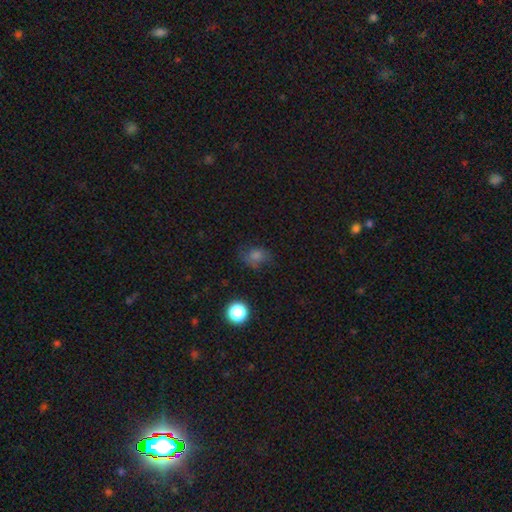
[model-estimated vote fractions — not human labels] Morphology: type=smooth (66%); roundness=in between (51%); merging=none (63%).